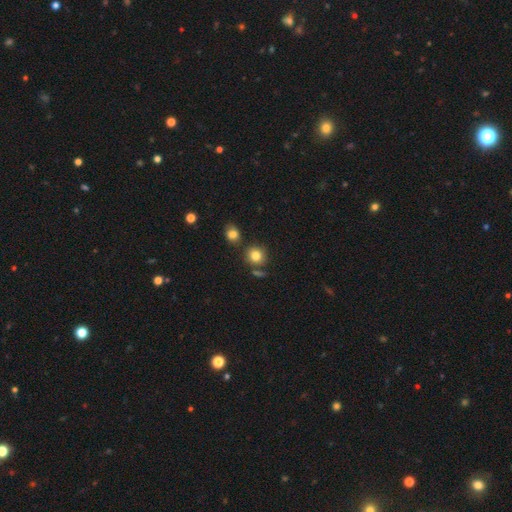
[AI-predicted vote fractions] A smooth galaxy with no disk features (81%) that is round (87%). Merging: none (74%).